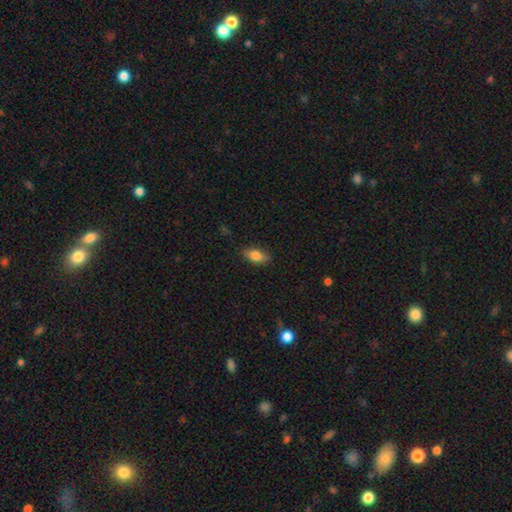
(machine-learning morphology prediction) smooth-or-featured: smooth: 80% | featured or disk: 12% | star or artifact: 8%
  how-rounded: in between: 86% | cigar-shaped: 9% | round: 5%
  merging: none: 84% | minor disturbance: 12% | major disturbance: 2% | merger: 1%